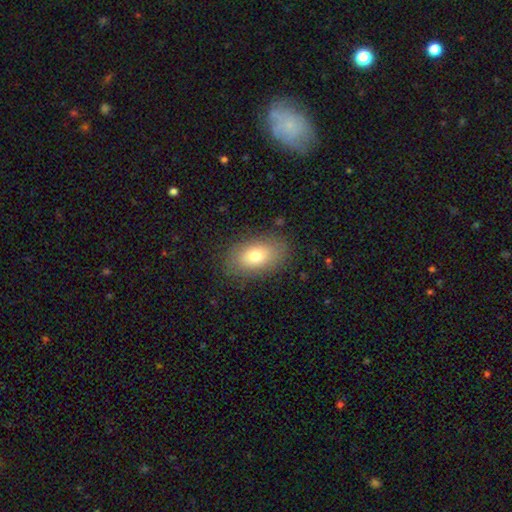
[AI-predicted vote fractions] A smooth galaxy with no disk features (74%) that is in between round and cigar-shaped (88%).

Vote fractions:
- Smooth or featured? smooth: 74% / featured or disk: 17% / star or artifact: 9%
- How rounded? in between: 88% / round: 10% / cigar-shaped: 2%
- Merging? none: 84% / minor disturbance: 11% / major disturbance: 4% / merger: 1%